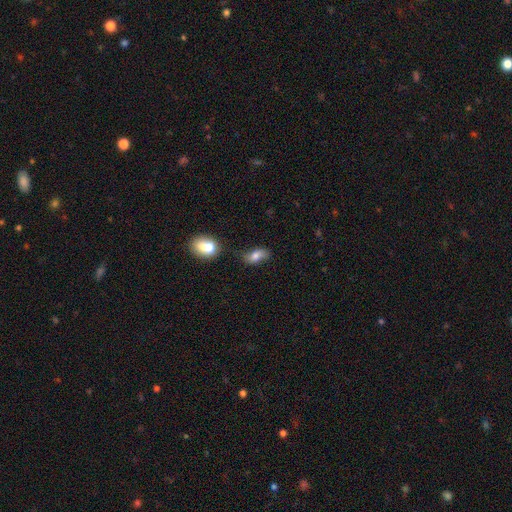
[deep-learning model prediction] A smooth galaxy with no disk features (68%) that is in between round and cigar-shaped (85%).

Vote fractions:
- Smooth or featured? smooth: 68% / featured or disk: 22% / star or artifact: 10%
- How rounded? in between: 85% / round: 10% / cigar-shaped: 5%
- Merging? none: 58% / minor disturbance: 25% / major disturbance: 8% / merger: 8%